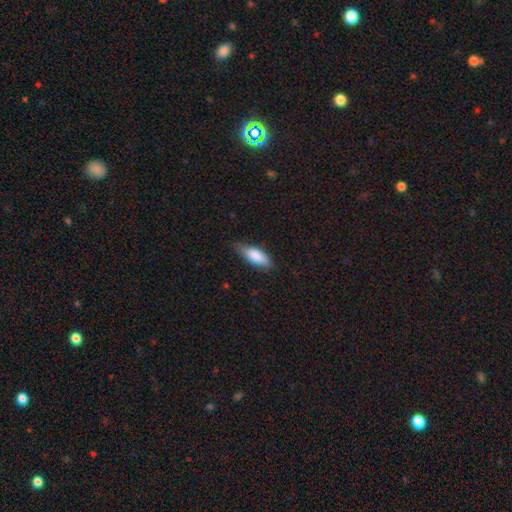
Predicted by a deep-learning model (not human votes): Morphology: type=smooth (83%); roundness=in between (71%); merging=none (70%).